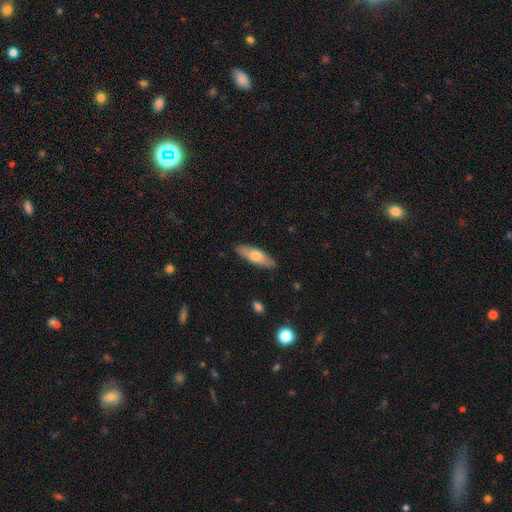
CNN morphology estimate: Smooth or featured? Predicted: smooth (p=0.62). How rounded? Predicted: cigar-shaped (p=0.53). Merging? Predicted: none (p=0.88).